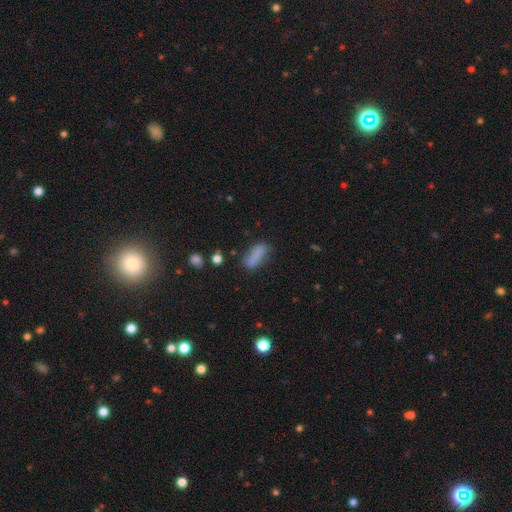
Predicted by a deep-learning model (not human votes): A smooth galaxy with no disk features (80%) that is in between round and cigar-shaped (58%). Merging: none (65%).